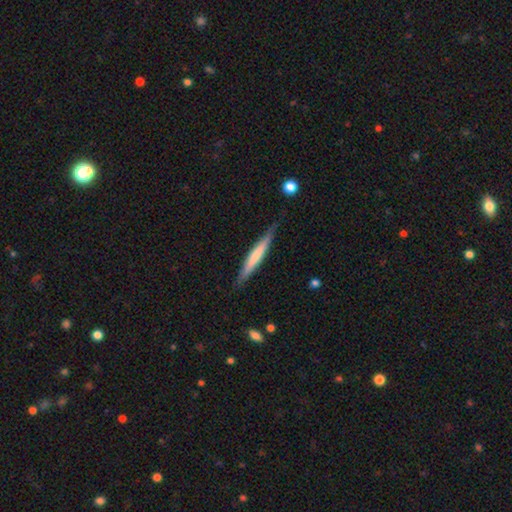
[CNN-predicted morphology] Smooth or featured? smooth (55%)
How rounded? cigar-shaped (95%)
Merging? none (83%)